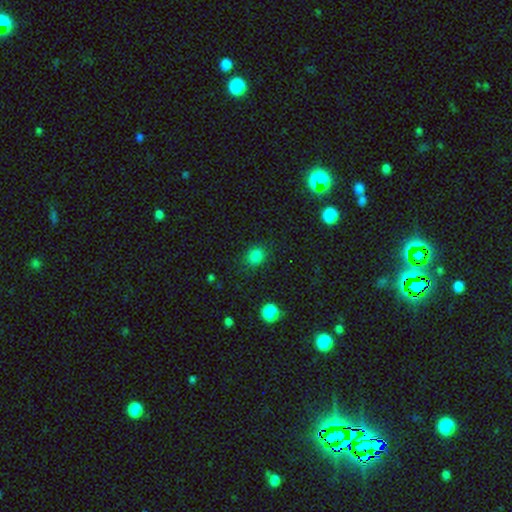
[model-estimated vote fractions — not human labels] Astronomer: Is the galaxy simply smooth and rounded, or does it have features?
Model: smooth — 83%.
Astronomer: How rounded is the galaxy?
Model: round — 71%.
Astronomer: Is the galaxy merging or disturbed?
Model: none — 84%.